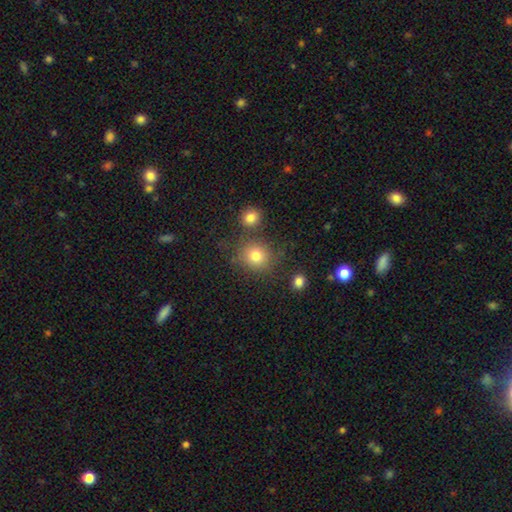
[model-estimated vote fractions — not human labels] smooth_or_featured: smooth (p=0.79) [alt: star or artifact p=0.13]
how_rounded: round (p=0.86) [alt: in between p=0.13]
merging: none (p=0.74) [alt: merger p=0.12]